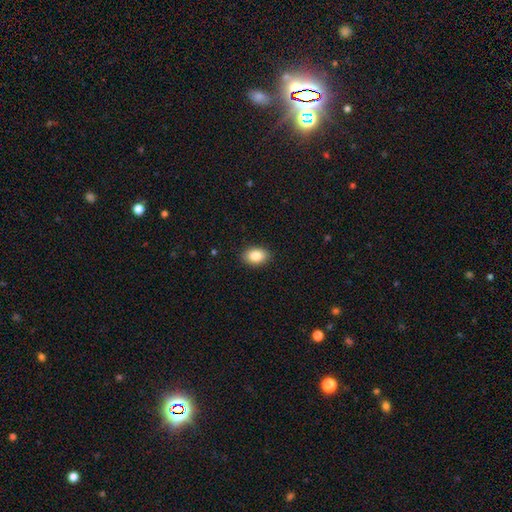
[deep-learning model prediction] smooth-or-featured: smooth: 86% | star or artifact: 8% | featured or disk: 6%
  how-rounded: in between: 84% | round: 15% | cigar-shaped: 1%
  merging: none: 89% | minor disturbance: 8% | major disturbance: 2% | merger: 1%